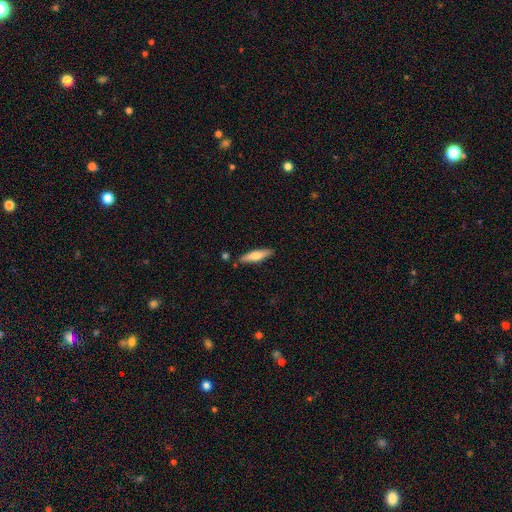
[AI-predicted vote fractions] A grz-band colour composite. It shows a smooth galaxy with no disk features (66%) that is cigar-shaped (75%). Merging: none (84%).